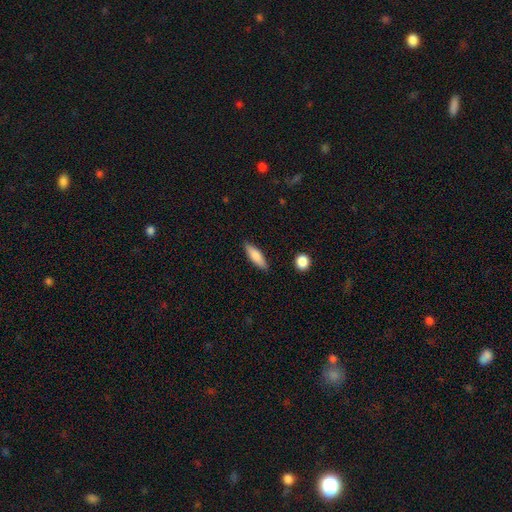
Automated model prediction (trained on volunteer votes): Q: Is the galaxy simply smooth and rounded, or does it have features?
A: smooth — 80%.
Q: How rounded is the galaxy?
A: cigar-shaped — 54%.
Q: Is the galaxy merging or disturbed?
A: none — 86%.